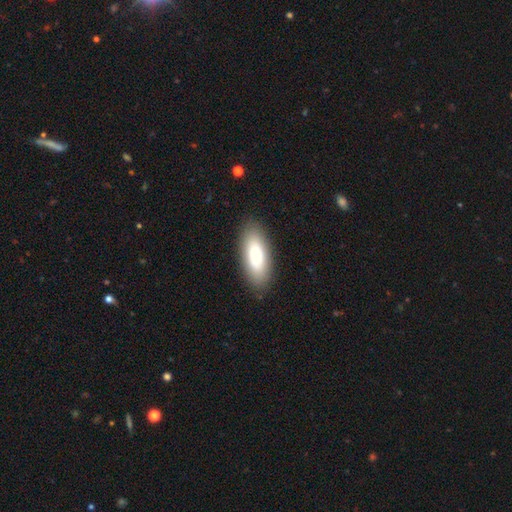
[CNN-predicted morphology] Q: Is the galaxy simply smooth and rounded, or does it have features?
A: smooth — 82%.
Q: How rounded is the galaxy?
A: in between — 82%.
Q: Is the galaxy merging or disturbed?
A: none — 87%.